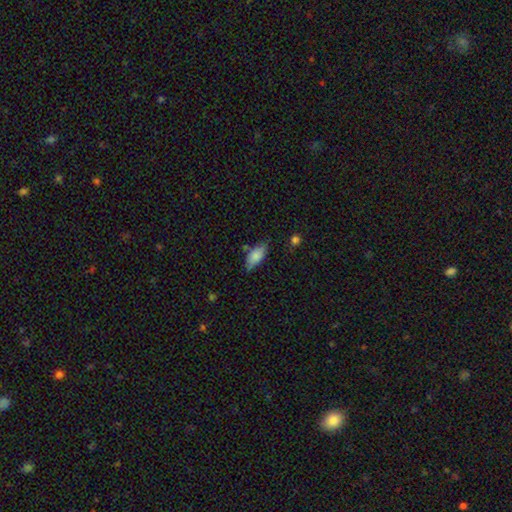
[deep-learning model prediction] Smooth or featured? smooth (78%)
How rounded? in between (83%)
Merging? none (66%)